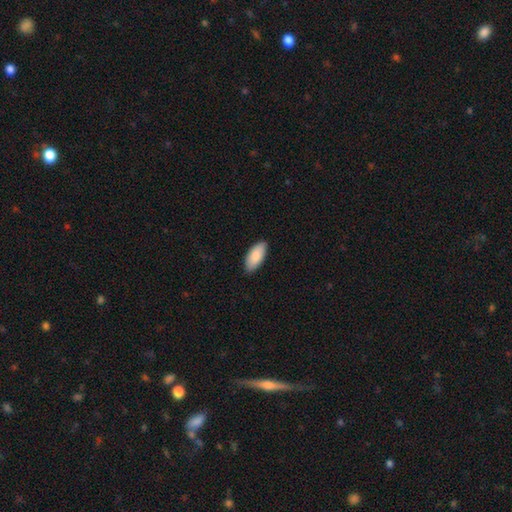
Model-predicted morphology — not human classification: Smooth or featured? smooth (86%)
How rounded? in between (91%)
Merging? none (87%)